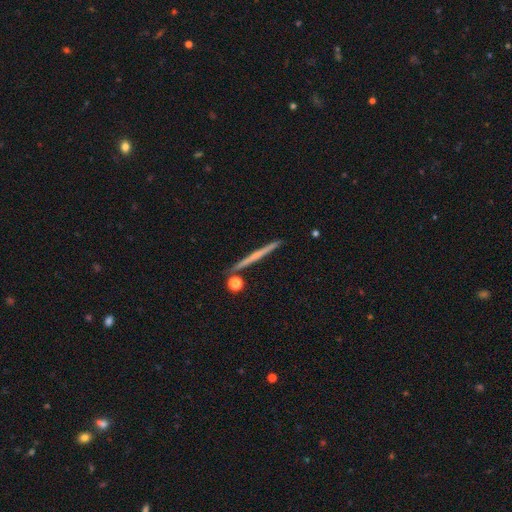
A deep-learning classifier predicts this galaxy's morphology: This is possibly a featured or disk galaxy (53%). It is clearly viewed edge-on (97%). Edge-on bulge: clearly none (84%). Merging: clearly none (89%).